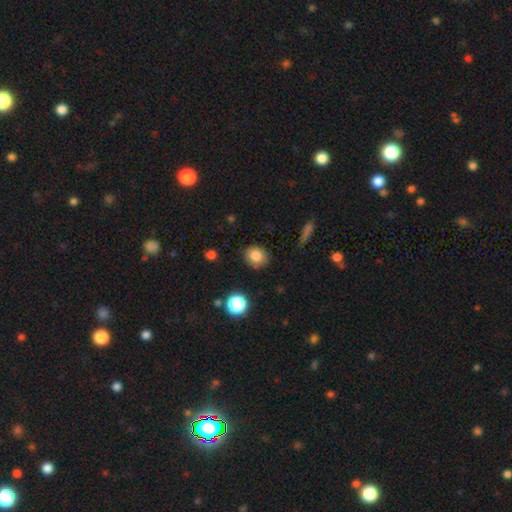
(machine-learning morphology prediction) This is clearly a smooth galaxy (83%). How rounded: likely round (61%). Merging: clearly none (83%).